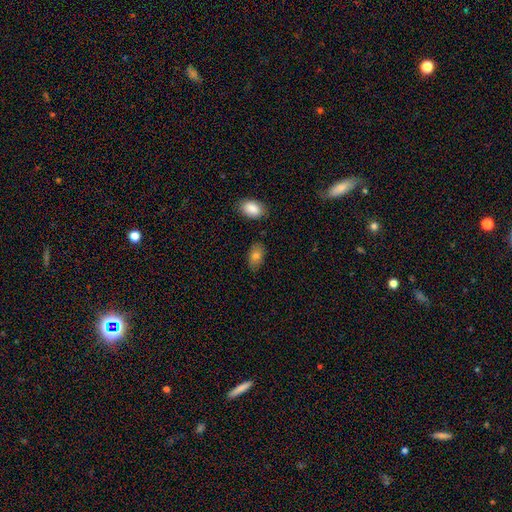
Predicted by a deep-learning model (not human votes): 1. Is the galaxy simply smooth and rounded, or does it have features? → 80% smooth, 11% featured or disk, 9% star or artifact.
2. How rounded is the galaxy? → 92% in between, 6% round, 2% cigar-shaped.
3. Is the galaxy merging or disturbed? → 78% none, 16% minor disturbance, 3% major disturbance, 3% merger.